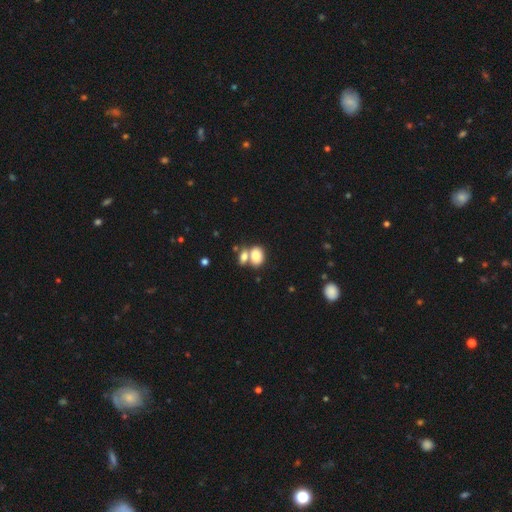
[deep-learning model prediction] Overall: smooth (81%). How rounded: in between (77%). Merging: merger (50%; none 36%).